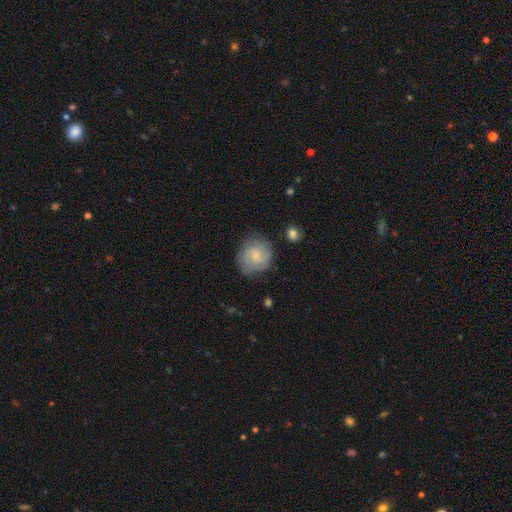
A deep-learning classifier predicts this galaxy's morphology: Smooth or featured: featured or disk — 47% (smooth — 45%)
Merging: none — 79% (minor disturbance — 15%)